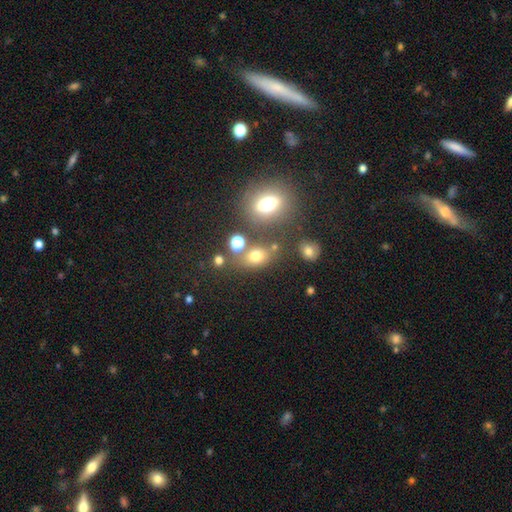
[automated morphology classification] A smooth galaxy with no disk features (67%) that is in between round and cigar-shaped (58%).

Vote fractions:
- Smooth or featured? smooth: 67% / star or artifact: 21% / featured or disk: 12%
- How rounded? in between: 58% / round: 40% / cigar-shaped: 3%
- Merging? none: 60% / merger: 21% / minor disturbance: 12% / major disturbance: 7%